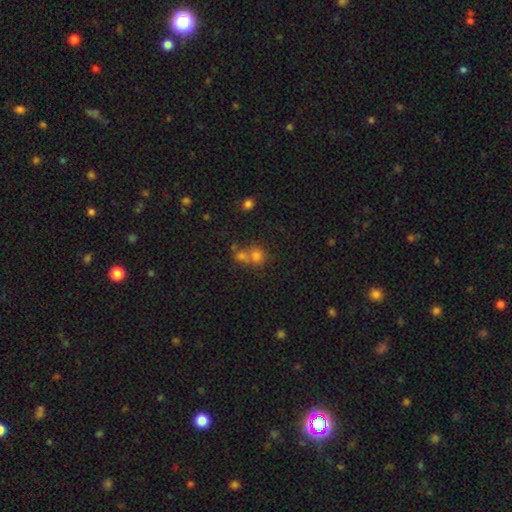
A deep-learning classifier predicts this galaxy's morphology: Smooth or featured? Predicted: smooth (p=0.70). How rounded? Predicted: round (p=0.81). Merging? Predicted: merger (p=0.51).